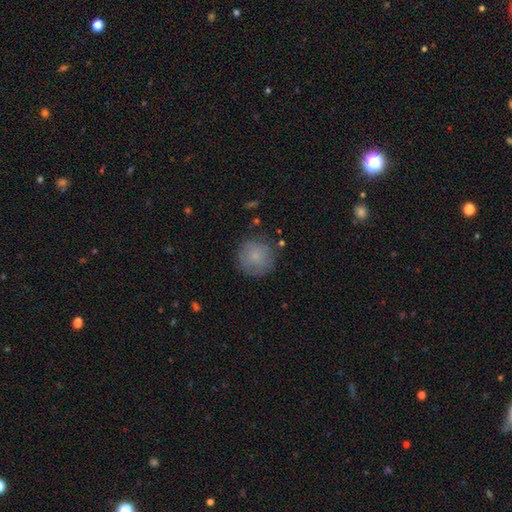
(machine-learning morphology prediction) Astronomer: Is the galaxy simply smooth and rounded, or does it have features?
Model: smooth — 80%.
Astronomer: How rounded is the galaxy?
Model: round — 95%.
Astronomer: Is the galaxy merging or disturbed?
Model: none — 81%.